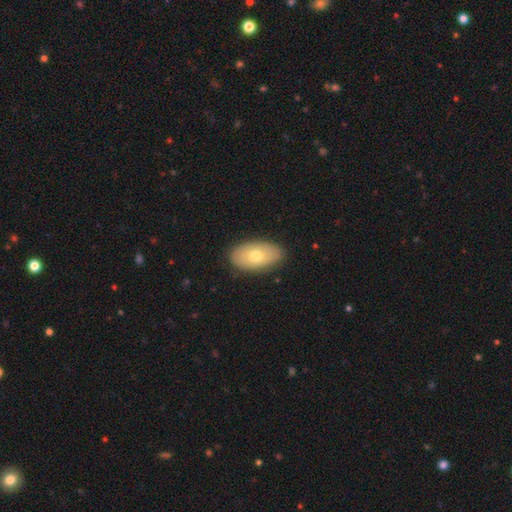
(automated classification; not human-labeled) smooth 63%, featured or disk 31%, star or artifact 6%. Down the decision tree: how rounded — in between (93%); merging — none (86%).